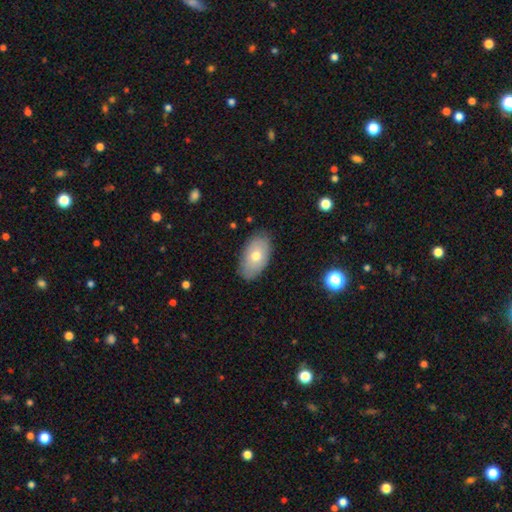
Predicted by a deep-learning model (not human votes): Morphology: type=smooth (66%); roundness=in between (93%); merging=none (82%).